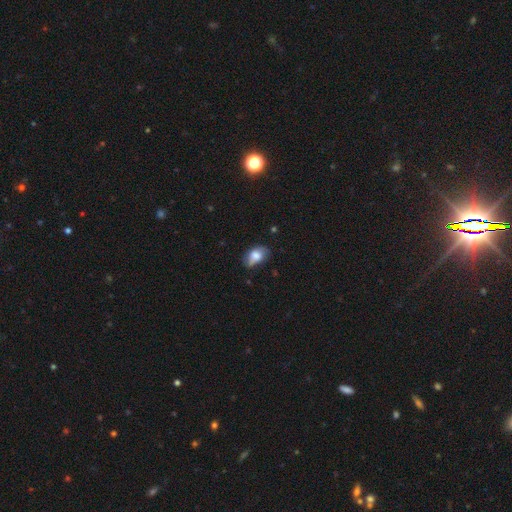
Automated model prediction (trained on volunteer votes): Overall: smooth (72%). How rounded: in between (83%). Merging: none (43%; minor disturbance 39%).